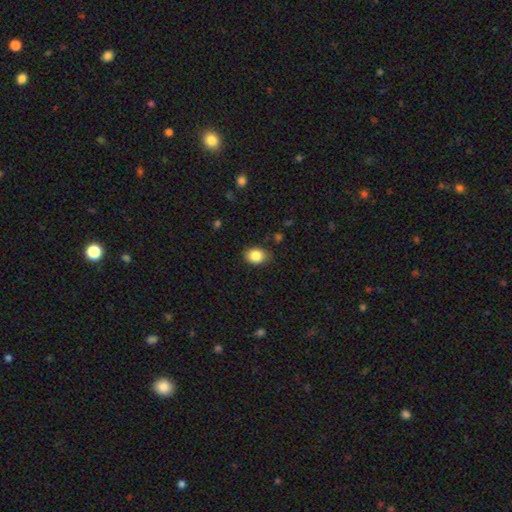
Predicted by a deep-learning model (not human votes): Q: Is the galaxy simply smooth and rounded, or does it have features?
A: smooth — 86%.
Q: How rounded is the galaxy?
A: in between — 60%.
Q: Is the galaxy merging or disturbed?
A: none — 81%.